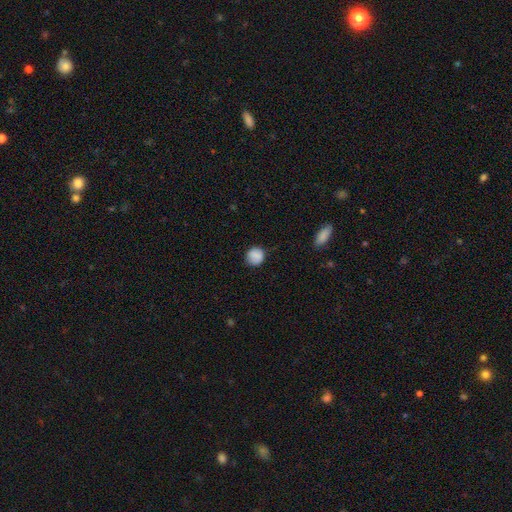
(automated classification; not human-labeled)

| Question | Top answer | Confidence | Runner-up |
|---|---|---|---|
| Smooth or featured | smooth | 85% | star or artifact (8%) |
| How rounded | round | 85% | in between (14%) |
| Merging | none | 79% | minor disturbance (16%) |